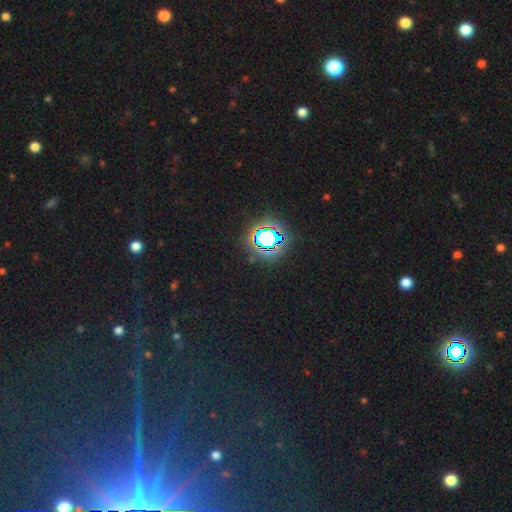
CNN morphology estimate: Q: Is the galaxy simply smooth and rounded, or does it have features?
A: star or artifact — 81%.